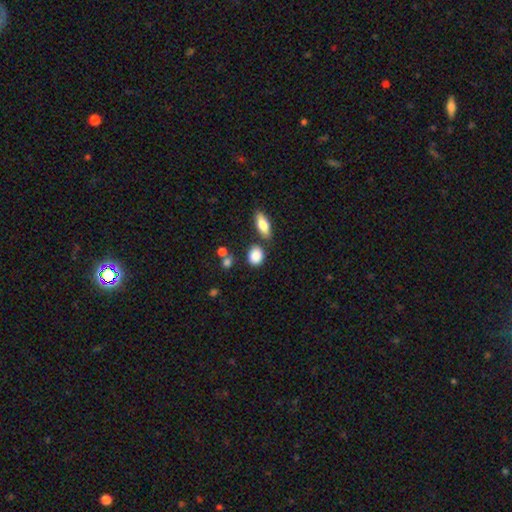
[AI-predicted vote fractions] Smooth or featured? Predicted: smooth (p=0.87). How rounded? Predicted: round (p=0.58). Merging? Predicted: none (p=0.74).